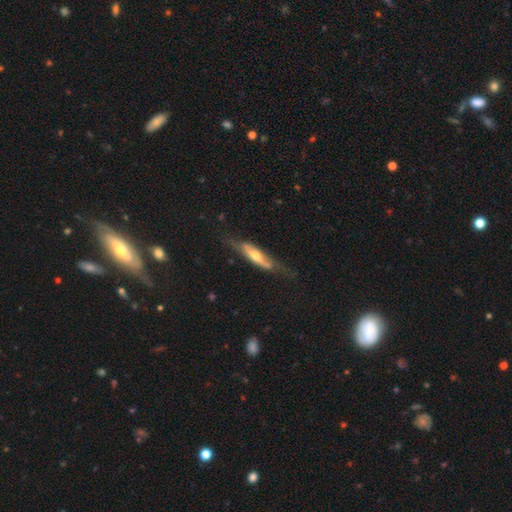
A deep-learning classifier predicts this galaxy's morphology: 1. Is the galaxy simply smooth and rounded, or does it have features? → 64% featured or disk, 31% smooth, 5% star or artifact.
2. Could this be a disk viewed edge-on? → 70% yes, 30% no.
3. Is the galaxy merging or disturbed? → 57% none, 26% minor disturbance, 14% major disturbance, 2% merger.